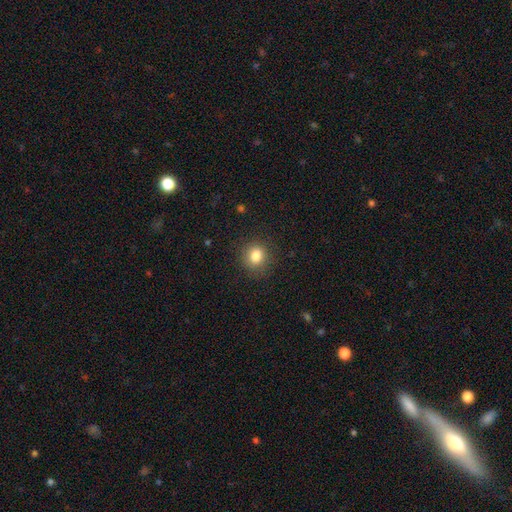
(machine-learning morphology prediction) The model was most divided on "how rounded": round: 81%, in between: 18%, cigar-shaped: 1%. More confident: merging — none (87%); smooth or featured — smooth (82%).